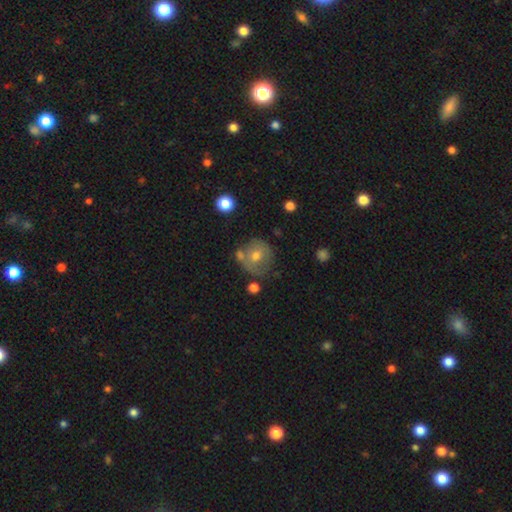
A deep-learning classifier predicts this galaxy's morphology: The model was most divided on "smooth or featured": smooth: 57%, featured or disk: 34%, star or artifact: 9%. More confident: how rounded — round (86%); merging — none (58%).